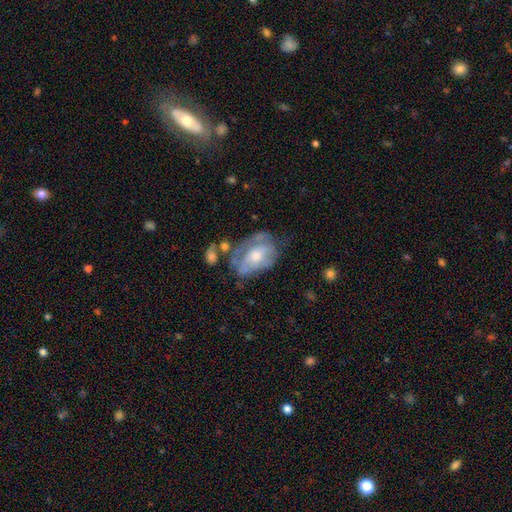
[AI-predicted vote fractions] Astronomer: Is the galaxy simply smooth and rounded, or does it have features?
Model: featured or disk — 64%.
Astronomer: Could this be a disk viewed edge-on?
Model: no — 95%.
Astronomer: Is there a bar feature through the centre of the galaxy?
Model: no — 70%.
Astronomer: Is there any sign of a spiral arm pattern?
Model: yes — 53% (runner-up: no, 47%).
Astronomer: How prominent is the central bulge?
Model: moderate — 54% (runner-up: small, 39%).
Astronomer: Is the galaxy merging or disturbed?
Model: none — 35% (runner-up: minor disturbance, 27%).